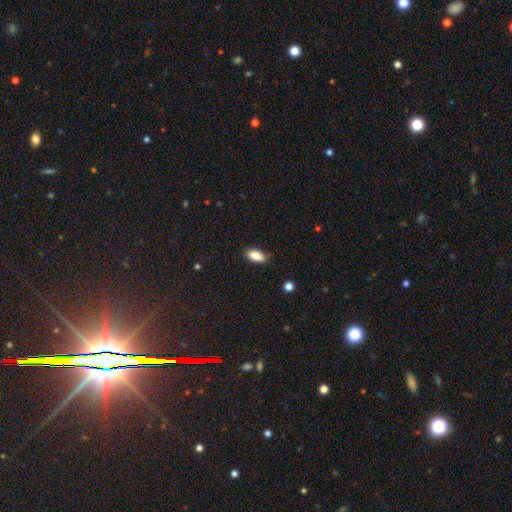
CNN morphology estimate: type=smooth (86%); roundness=in between (88%); merging=none (86%).